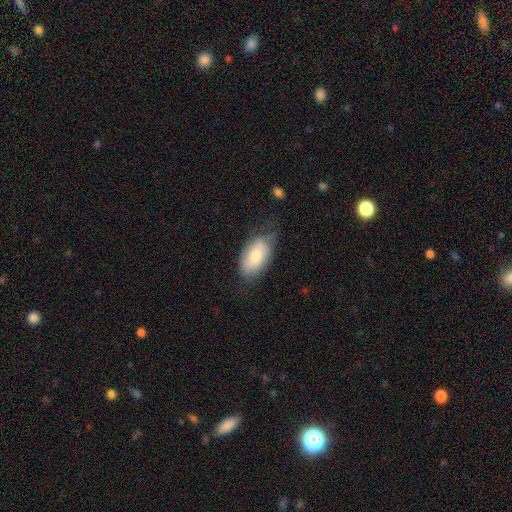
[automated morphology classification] Smooth or featured? Predicted: smooth (p=0.72). How rounded? Predicted: in between (p=0.94). Merging? Predicted: none (p=0.56).